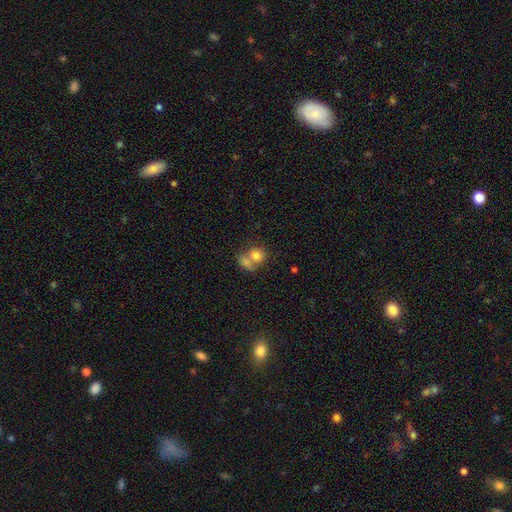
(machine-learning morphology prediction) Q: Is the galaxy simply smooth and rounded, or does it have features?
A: smooth — 77%.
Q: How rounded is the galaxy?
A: round — 61%.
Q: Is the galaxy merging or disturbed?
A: merger — 60%.